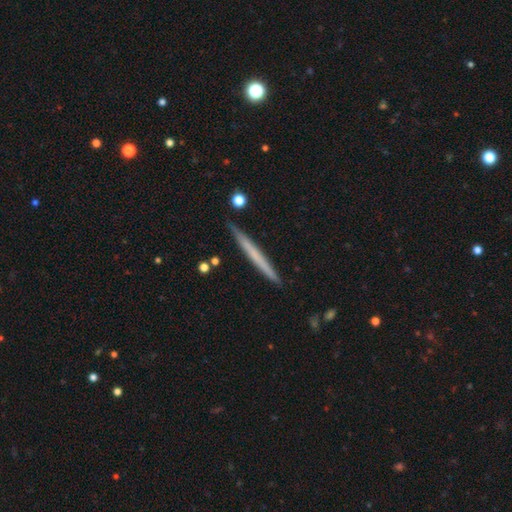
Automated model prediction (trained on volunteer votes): This is possibly a smooth galaxy (52%). How rounded: clearly cigar-shaped (97%). Merging: clearly none (90%).